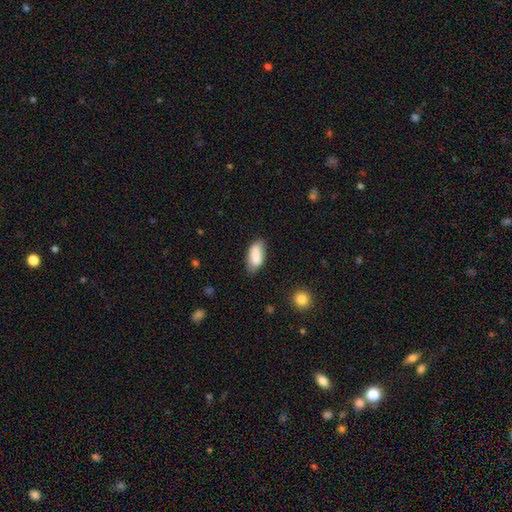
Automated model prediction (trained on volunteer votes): The model was most divided on "merging": none: 72%, minor disturbance: 21%, major disturbance: 4%, merger: 2%. More confident: how rounded — in between (85%); smooth or featured — smooth (83%).